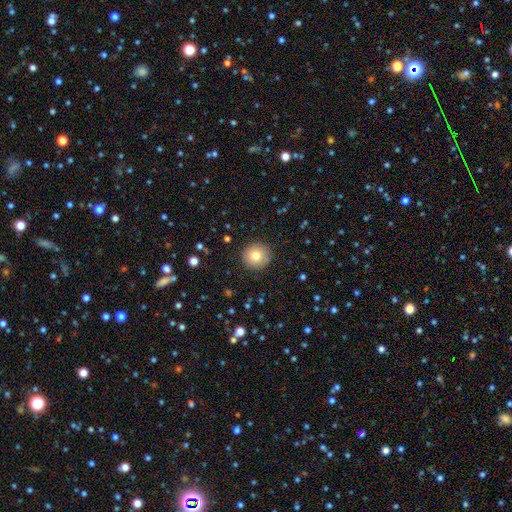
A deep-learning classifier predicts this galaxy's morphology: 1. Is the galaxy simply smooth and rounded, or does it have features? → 79% smooth, 10% star or artifact, 10% featured or disk.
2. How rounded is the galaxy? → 93% round, 6% in between, 1% cigar-shaped.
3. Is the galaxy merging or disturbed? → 91% none, 6% minor disturbance, 2% major disturbance, 1% merger.